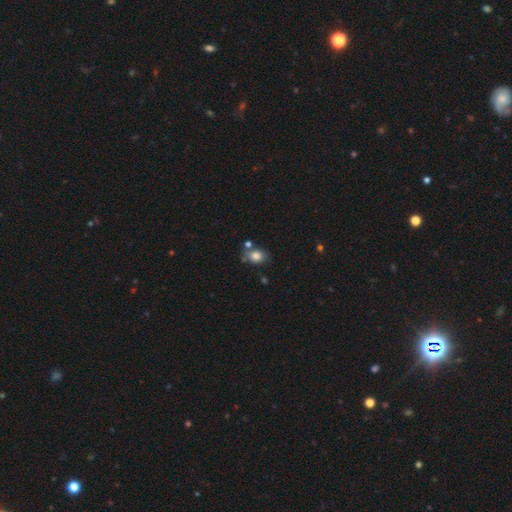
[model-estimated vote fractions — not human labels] smooth-or-featured: smooth: 81% | star or artifact: 10% | featured or disk: 10%
  how-rounded: in between: 61% | round: 37% | cigar-shaped: 1%
  merging: none: 63% | minor disturbance: 19% | merger: 13% | major disturbance: 5%